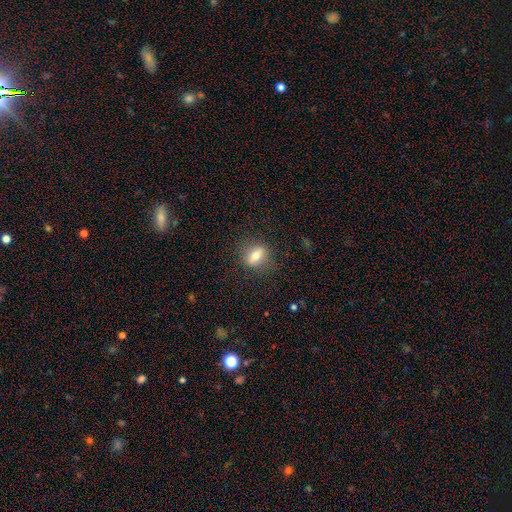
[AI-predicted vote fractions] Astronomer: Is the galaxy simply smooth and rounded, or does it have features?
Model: smooth — 66%.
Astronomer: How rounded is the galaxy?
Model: in between — 63%.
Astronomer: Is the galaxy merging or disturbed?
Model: none — 81%.